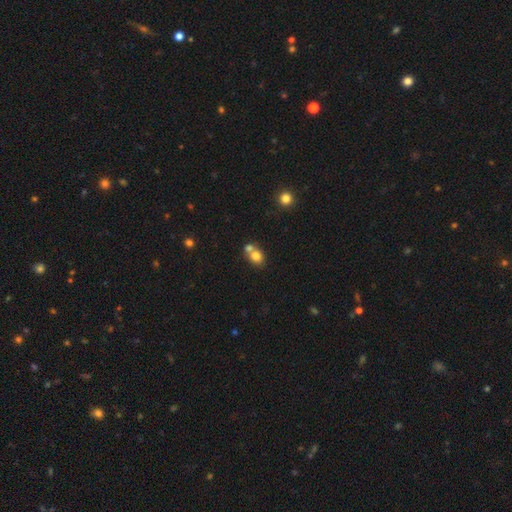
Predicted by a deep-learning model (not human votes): A smooth galaxy with no disk features (77%) that is round (61%).

Vote fractions:
- Smooth or featured? smooth: 77% / featured or disk: 12% / star or artifact: 11%
- How rounded? round: 61% / in between: 38% / cigar-shaped: 1%
- Merging? merger: 50% / none: 39% / minor disturbance: 8% / major disturbance: 3%